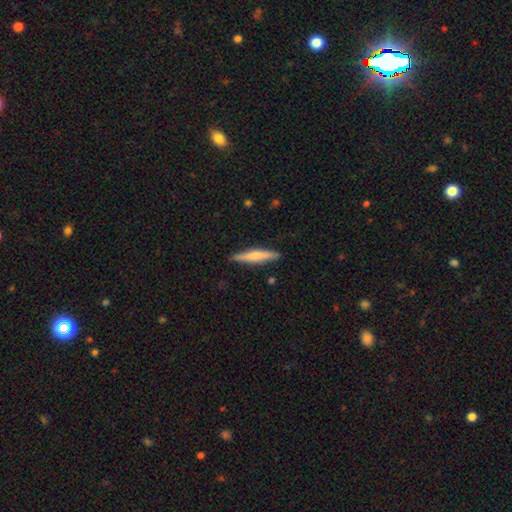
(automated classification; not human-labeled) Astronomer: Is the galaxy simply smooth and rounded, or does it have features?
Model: smooth — 56% (runner-up: featured or disk, 39%).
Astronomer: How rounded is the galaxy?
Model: cigar-shaped — 92%.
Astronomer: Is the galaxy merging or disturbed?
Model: none — 90%.